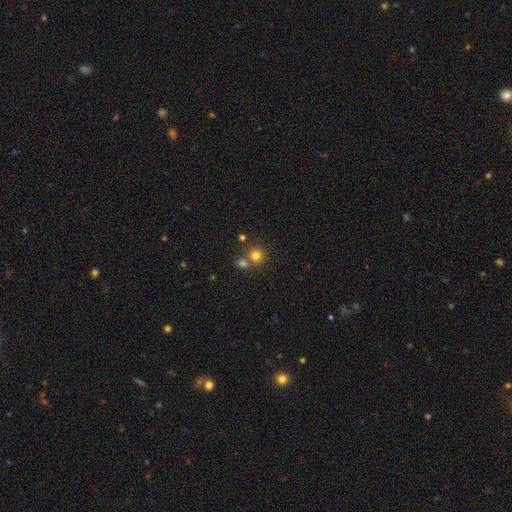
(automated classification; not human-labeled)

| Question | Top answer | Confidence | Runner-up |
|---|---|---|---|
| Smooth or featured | smooth | 78% | star or artifact (14%) |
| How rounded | round | 89% | in between (10%) |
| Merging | none | 61% | merger (30%) |